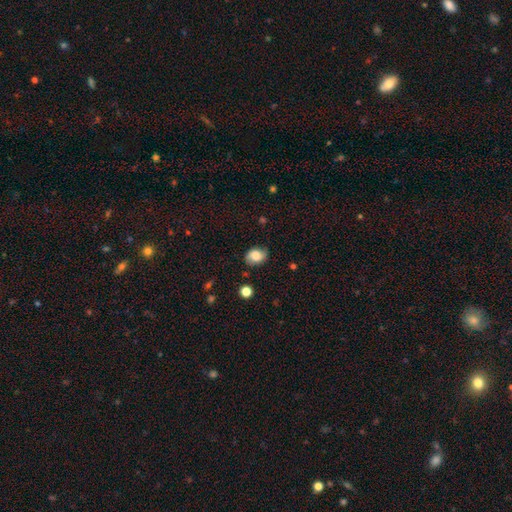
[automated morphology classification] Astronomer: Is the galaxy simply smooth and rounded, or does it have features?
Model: smooth — 67%.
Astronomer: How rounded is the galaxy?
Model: in between — 66%.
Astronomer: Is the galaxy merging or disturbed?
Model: none — 72%.